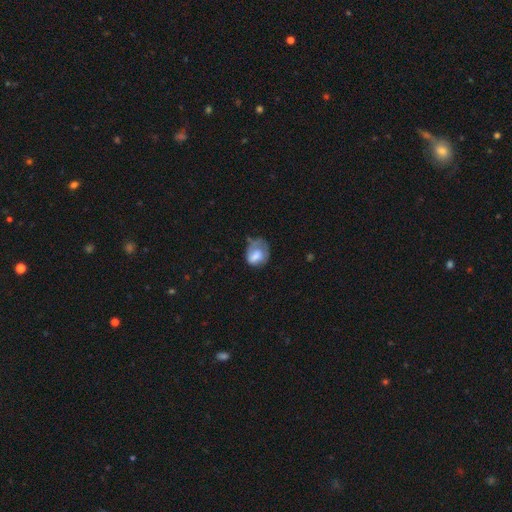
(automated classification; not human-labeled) A smooth galaxy with no disk features (64%) that is in between round and cigar-shaped (56%). Merging: none (33%, tied with minor disturbance).